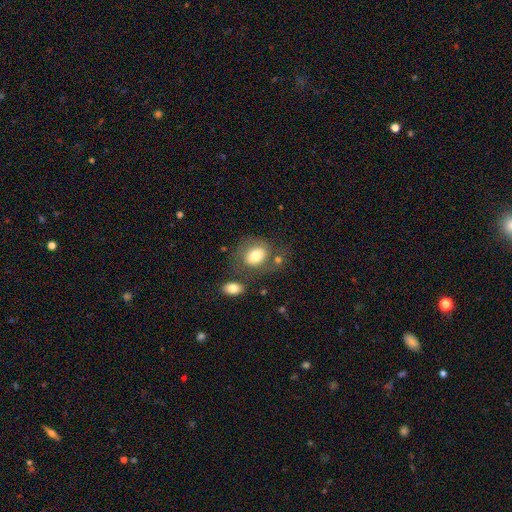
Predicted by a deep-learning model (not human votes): This appears to be a smooth galaxy with no disk features (73%) that is in between round and cigar-shaped (58%). Merging: none (55%).